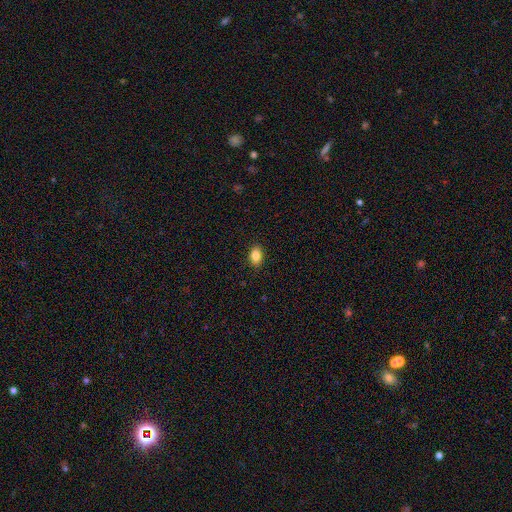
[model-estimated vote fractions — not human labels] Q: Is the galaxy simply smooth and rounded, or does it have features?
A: smooth — 85%.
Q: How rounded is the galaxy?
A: in between — 83%.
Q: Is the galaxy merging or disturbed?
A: none — 90%.